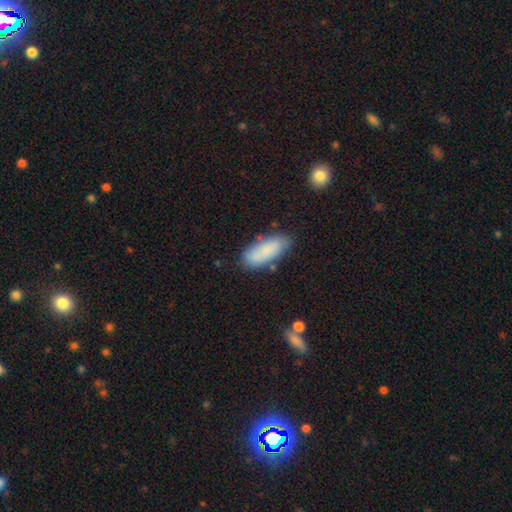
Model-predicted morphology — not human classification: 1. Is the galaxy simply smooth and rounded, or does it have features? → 83% smooth, 11% featured or disk, 6% star or artifact.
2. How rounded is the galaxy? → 81% in between, 17% cigar-shaped, 2% round.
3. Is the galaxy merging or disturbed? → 76% none, 16% minor disturbance, 4% merger, 4% major disturbance.